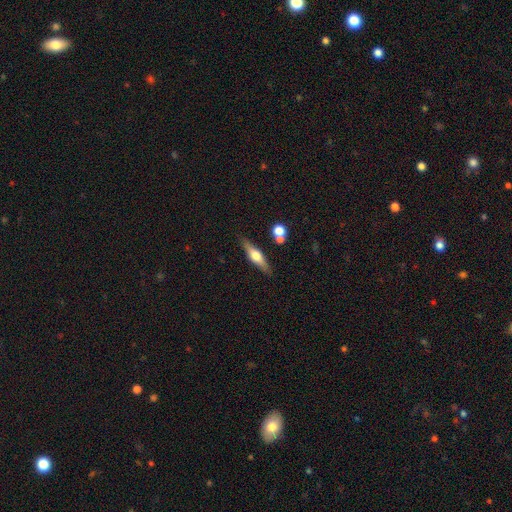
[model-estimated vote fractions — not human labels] Smooth or featured: featured or disk — 58% (smooth — 36%)
Edge-on disk: yes — 93% (no — 7%)
Edge-on bulge: rounded — 93% (boxy — 5%)
Merging: none — 81% (minor disturbance — 10%)